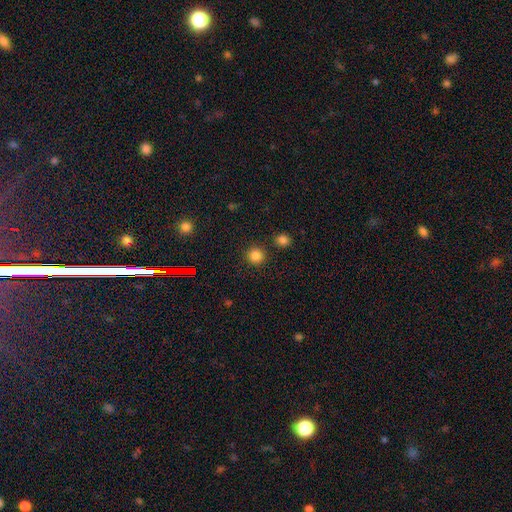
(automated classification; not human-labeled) Morphology: type=smooth (83%); roundness=round (93%); merging=none (89%).